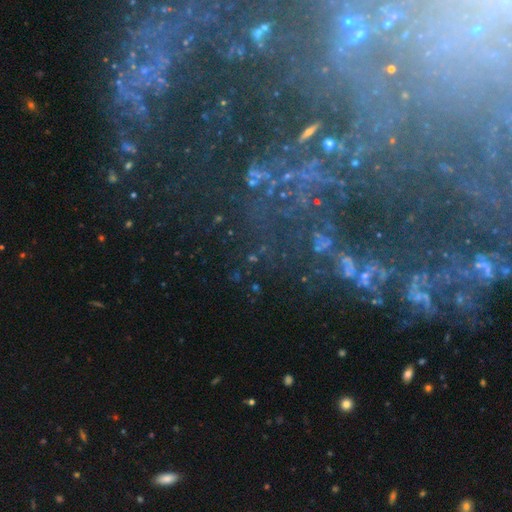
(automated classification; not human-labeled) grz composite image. It shows a star or artifact, not a galaxy (44%).